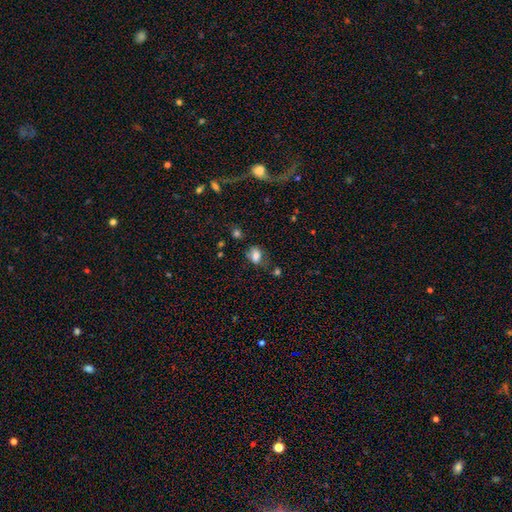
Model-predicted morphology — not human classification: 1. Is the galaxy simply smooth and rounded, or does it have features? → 78% smooth, 11% featured or disk, 11% star or artifact.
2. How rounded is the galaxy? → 73% in between, 25% round, 1% cigar-shaped.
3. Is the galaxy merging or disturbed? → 55% none, 26% minor disturbance, 11% major disturbance, 8% merger.